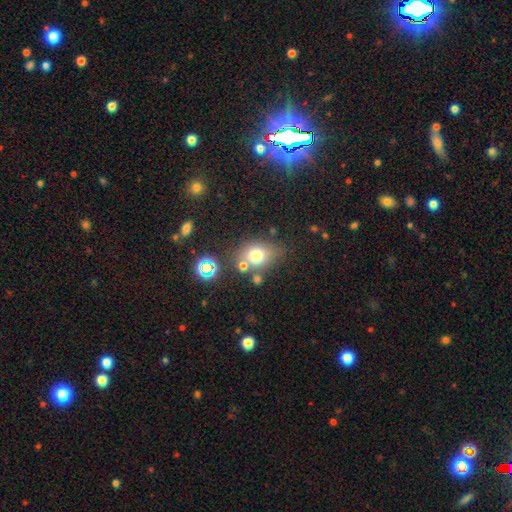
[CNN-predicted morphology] A smooth galaxy with no disk features (71%) that is round (52%). Merging: none (61%).